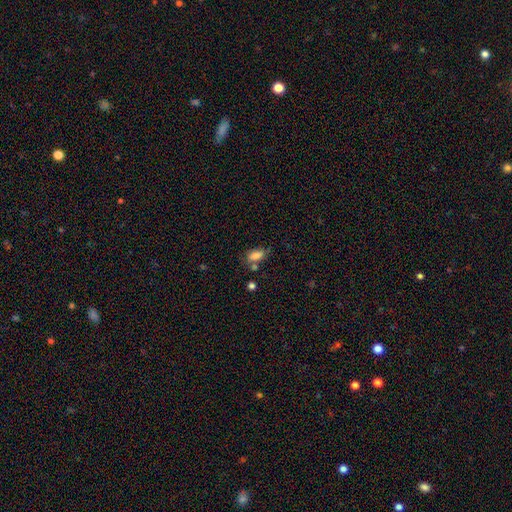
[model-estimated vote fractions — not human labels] A smooth galaxy with no disk features (78%) that is in between round and cigar-shaped (85%). Merging: none (53%).